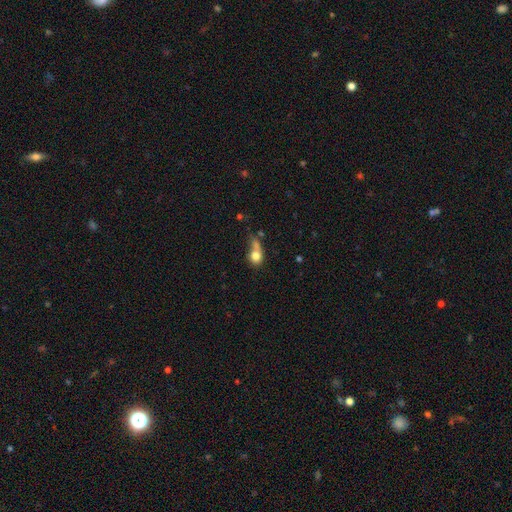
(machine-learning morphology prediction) smooth_or_featured: smooth (p=0.77) [alt: featured or disk p=0.13]
how_rounded: round (p=0.65) [alt: in between p=0.33]
merging: merger (p=0.34) [alt: none p=0.31]